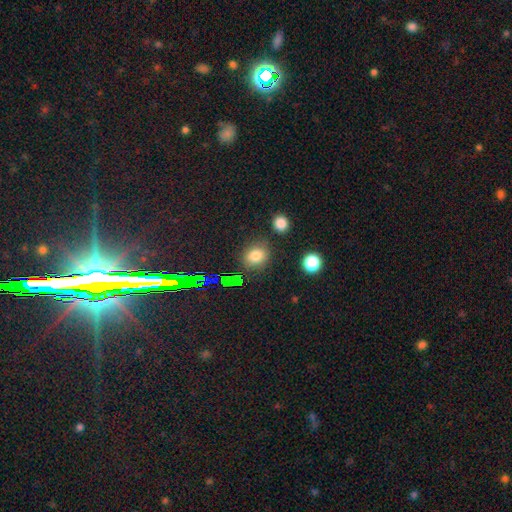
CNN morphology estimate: A smooth galaxy with no disk features (77%) that is round (64%).

Vote fractions:
- Smooth or featured? smooth: 77% / star or artifact: 16% / featured or disk: 7%
- How rounded? round: 64% / in between: 35% / cigar-shaped: 1%
- Merging? none: 80% / minor disturbance: 12% / merger: 4% / major disturbance: 4%